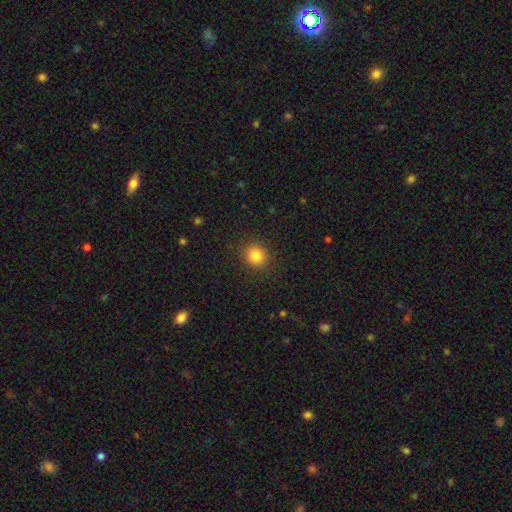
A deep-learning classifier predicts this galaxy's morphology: Smooth or featured? Predicted: smooth (p=0.83). How rounded? Predicted: round (p=0.86). Merging? Predicted: none (p=0.89).